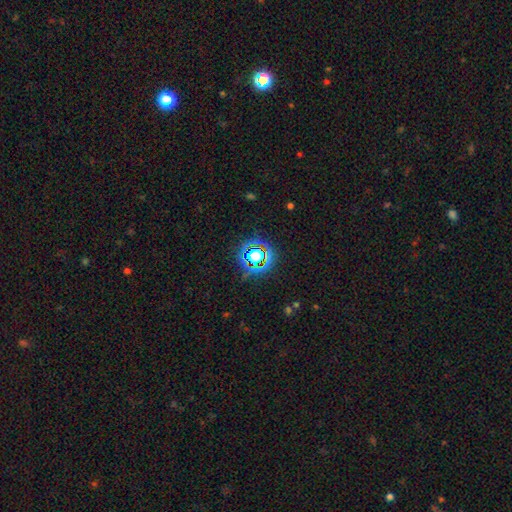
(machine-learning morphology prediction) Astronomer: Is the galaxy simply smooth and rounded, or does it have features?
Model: star or artifact — 70%.